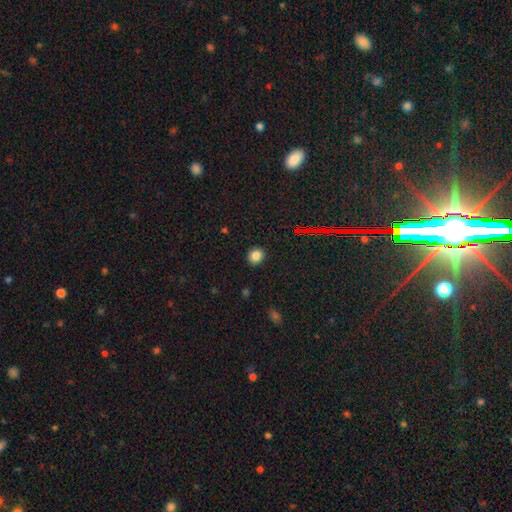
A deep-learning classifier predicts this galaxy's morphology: The model was most divided on "how rounded": round: 82%, in between: 17%, cigar-shaped: 1%. More confident: merging — none (90%); smooth or featured — smooth (83%).